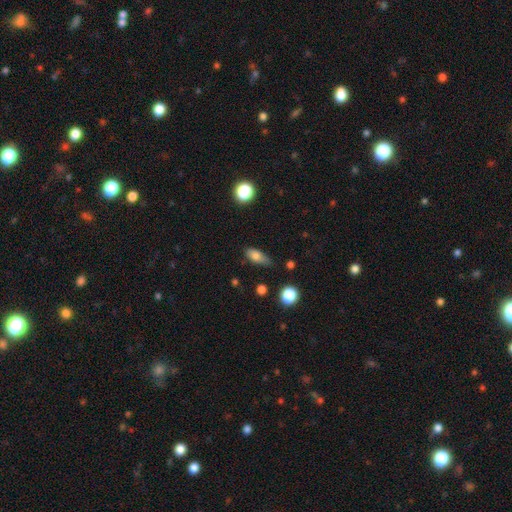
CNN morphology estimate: This is likely a smooth galaxy (77%). How rounded: likely in between (78%). Merging: possibly none (60%).